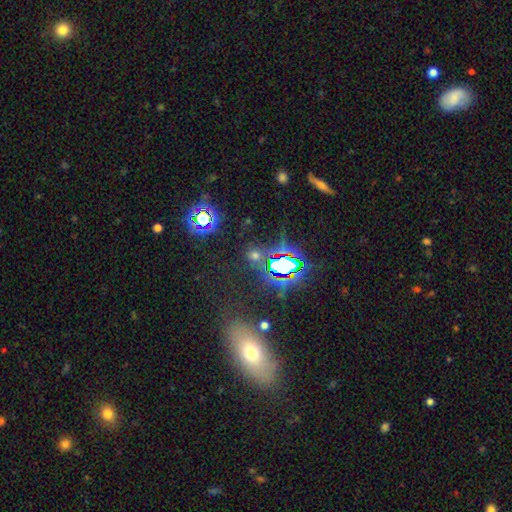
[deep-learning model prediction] Q: Smooth or featured?
A: star or artifact (61%); runner-up: smooth (30%)